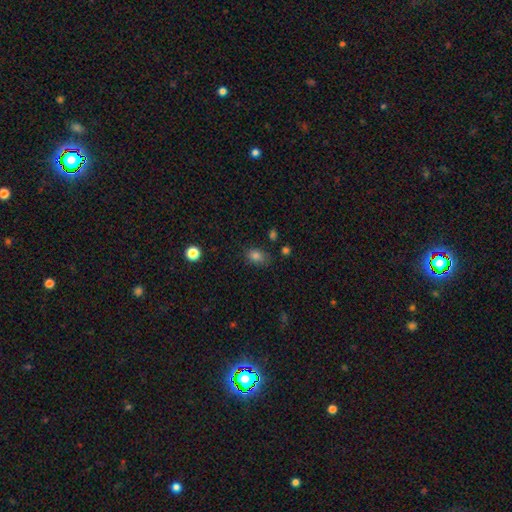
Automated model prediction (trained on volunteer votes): smooth_or_featured: smooth (p=0.81) [alt: star or artifact p=0.13]
how_rounded: in between (p=0.73) [alt: round p=0.25]
merging: none (p=0.72) [alt: minor disturbance p=0.20]